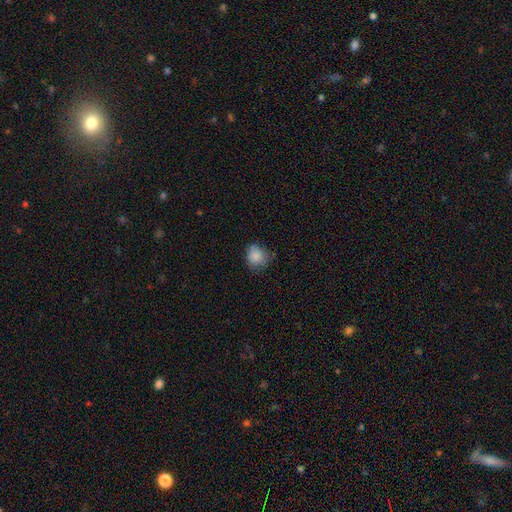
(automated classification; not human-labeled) Morphology: type=smooth (84%); roundness=round (79%); merging=none (63%).